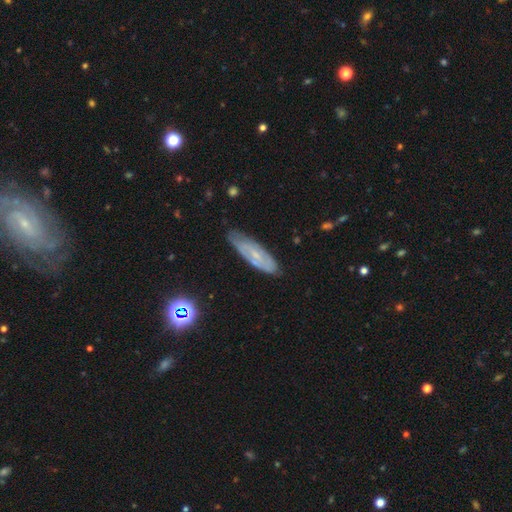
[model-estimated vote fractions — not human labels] Smooth or featured: featured or disk — 52% (smooth — 39%)
Edge-on disk: no — 75% (yes — 25%)
Merging: none — 70% (minor disturbance — 24%)